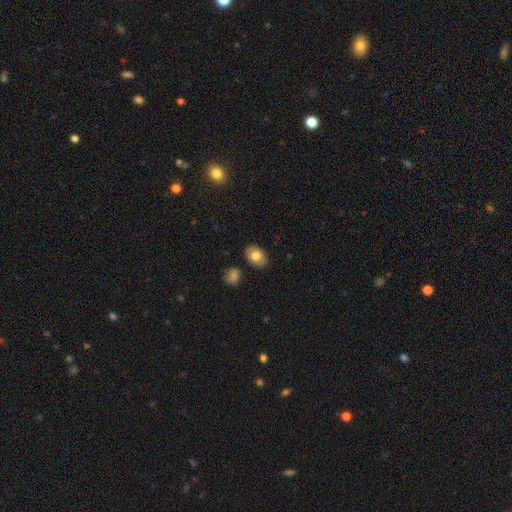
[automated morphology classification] This appears to be a smooth galaxy with no disk features (75%) that is in between round and cigar-shaped (81%). Merging: none (83%).